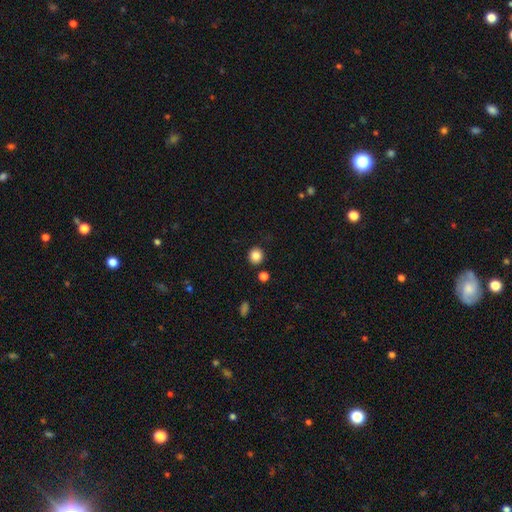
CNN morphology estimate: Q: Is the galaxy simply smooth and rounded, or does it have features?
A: smooth — 84%.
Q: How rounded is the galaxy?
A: round — 87%.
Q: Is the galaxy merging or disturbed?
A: none — 87%.